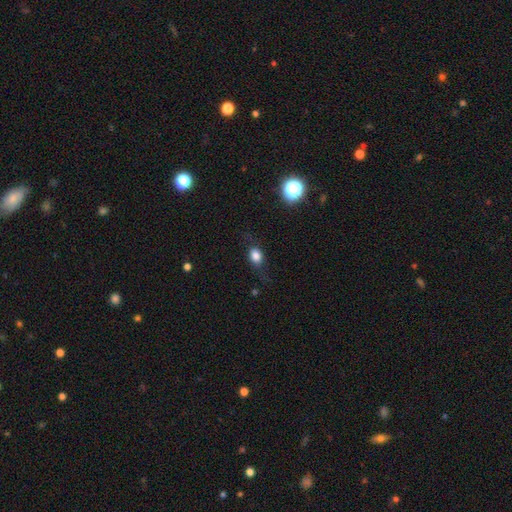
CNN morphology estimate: Overall: smooth (75%). How rounded: in between (64%; round 33%). Merging: none (67%).